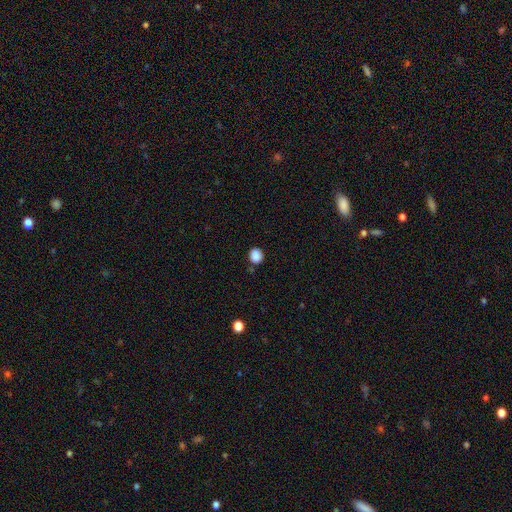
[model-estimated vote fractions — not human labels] Smooth or featured?
  - smooth: 87% *
  - star or artifact: 10%
  - featured or disk: 3%
How rounded?
  - round: 75% *
  - in between: 24%
  - cigar-shaped: 1%
Merging?
  - none: 83% *
  - minor disturbance: 11%
  - merger: 3%
  - major disturbance: 3%